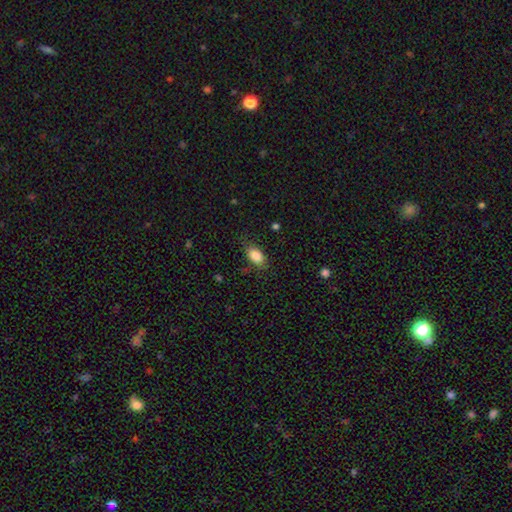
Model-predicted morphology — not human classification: Overall: smooth (86%). How rounded: in between (90%). Merging: none (74%).